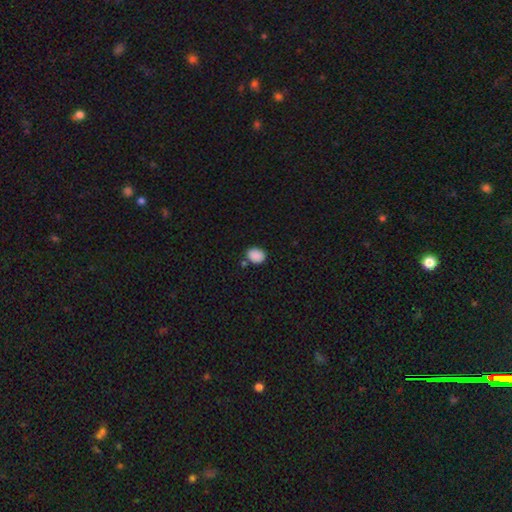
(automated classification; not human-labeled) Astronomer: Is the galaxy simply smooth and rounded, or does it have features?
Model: smooth — 89%.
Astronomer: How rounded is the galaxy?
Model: in between — 56% (runner-up: round, 43%).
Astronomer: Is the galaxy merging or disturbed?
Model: none — 77%.